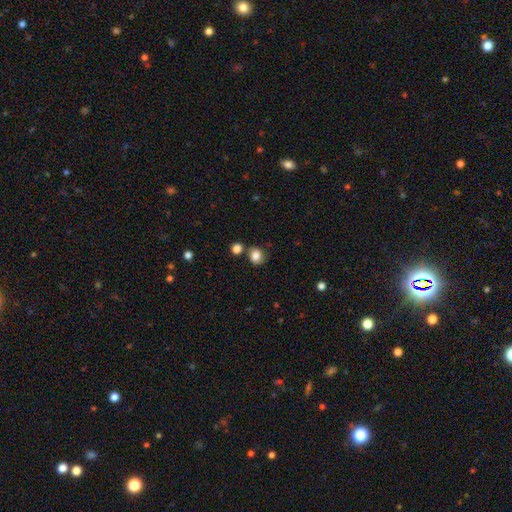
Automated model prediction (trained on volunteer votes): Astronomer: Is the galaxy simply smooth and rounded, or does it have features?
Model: smooth — 83%.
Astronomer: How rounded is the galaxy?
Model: round — 70%.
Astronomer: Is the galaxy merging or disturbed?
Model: none — 70%.